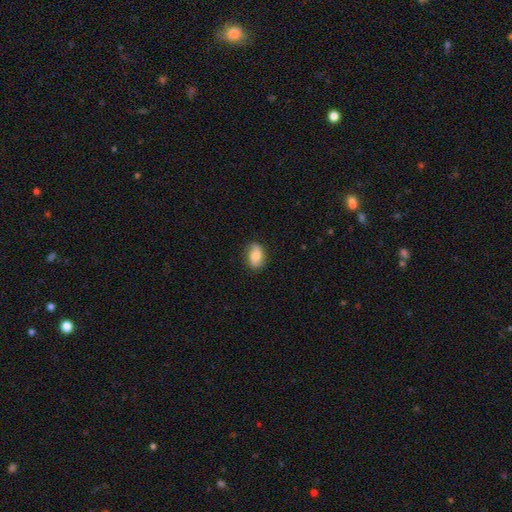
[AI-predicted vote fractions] smooth-or-featured: smooth: 72% | featured or disk: 20% | star or artifact: 8%
  how-rounded: in between: 83% | round: 15% | cigar-shaped: 2%
  merging: none: 79% | minor disturbance: 16% | major disturbance: 4% | merger: 1%